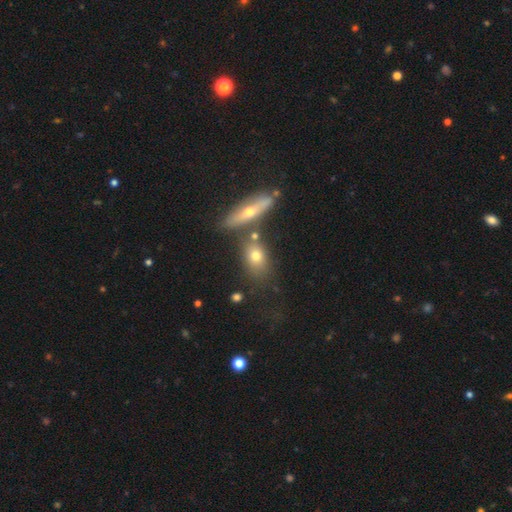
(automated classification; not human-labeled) smooth_or_featured: smooth (p=0.64) [alt: featured or disk p=0.26]
how_rounded: in between (p=0.70) [alt: round p=0.18]
merging: none (p=0.57) [alt: merger p=0.25]